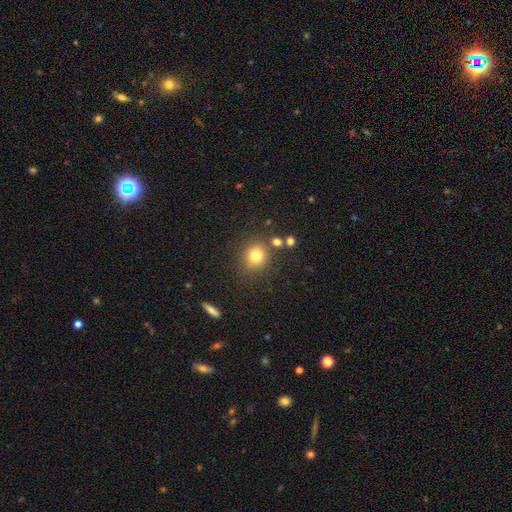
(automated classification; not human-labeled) smooth-or-featured: smooth: 80% | star or artifact: 13% | featured or disk: 7%
  how-rounded: round: 85% | in between: 14% | cigar-shaped: 1%
  merging: none: 80% | minor disturbance: 9% | merger: 7% | major disturbance: 4%